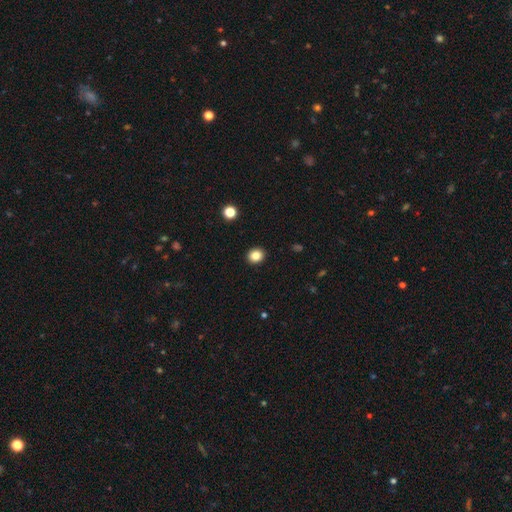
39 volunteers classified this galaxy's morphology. A smooth galaxy with no disk features (95%) that is round (68%).

Vote fractions:
- Smooth or featured? smooth: 95% / star or artifact: 5% / featured or disk: 0%
- How rounded? round: 68% / in between: 30% / cigar-shaped: 3%
- Merging? none: 97% / minor disturbance: 3% / major disturbance: 0% / merger: 0%